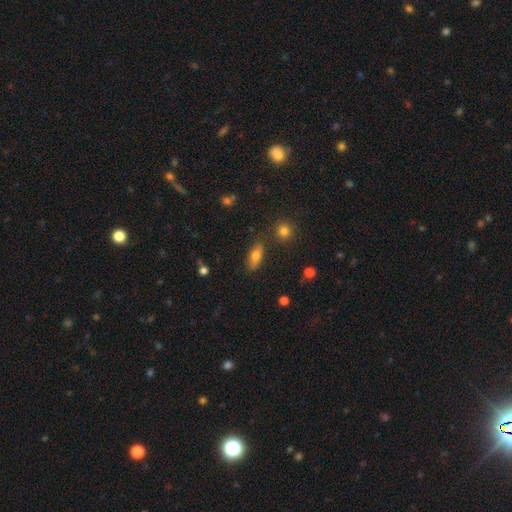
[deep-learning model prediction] smooth 72%, featured or disk 19%, star or artifact 9%. Down the decision tree: how rounded — in between (76%); merging — none (81%).